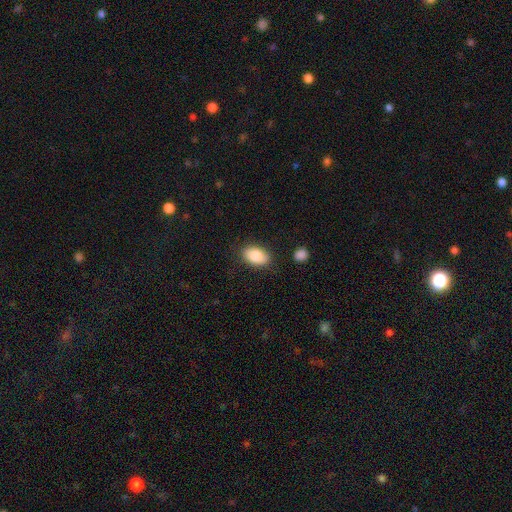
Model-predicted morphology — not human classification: This appears to be a smooth galaxy with no disk features (85%) that is in between round and cigar-shaped (90%). Merging: none (83%).